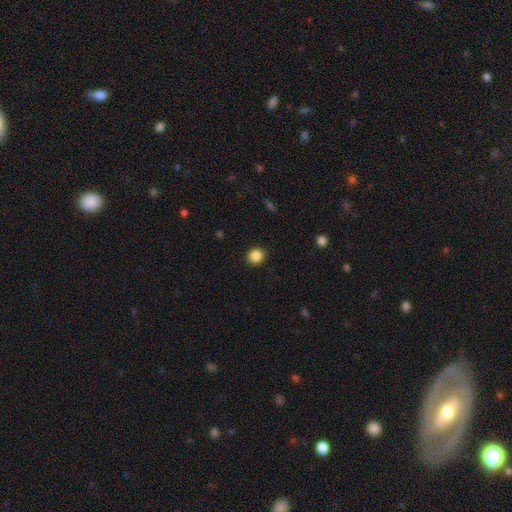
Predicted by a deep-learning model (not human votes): smooth_or_featured: smooth (p=0.87) [alt: star or artifact p=0.10]
how_rounded: round (p=0.86) [alt: in between p=0.13]
merging: none (p=0.91) [alt: minor disturbance p=0.06]